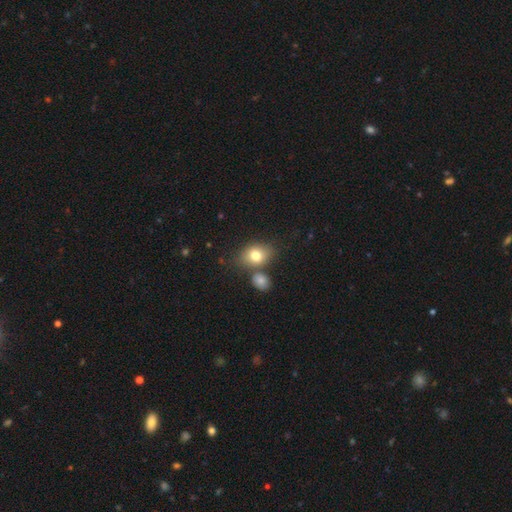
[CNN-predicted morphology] A smooth galaxy with no disk features (78%) that is in between round and cigar-shaped (71%).

Vote fractions:
- Smooth or featured? smooth: 78% / featured or disk: 13% / star or artifact: 9%
- How rounded? in between: 71% / round: 27% / cigar-shaped: 1%
- Merging? none: 62% / merger: 21% / minor disturbance: 13% / major disturbance: 4%